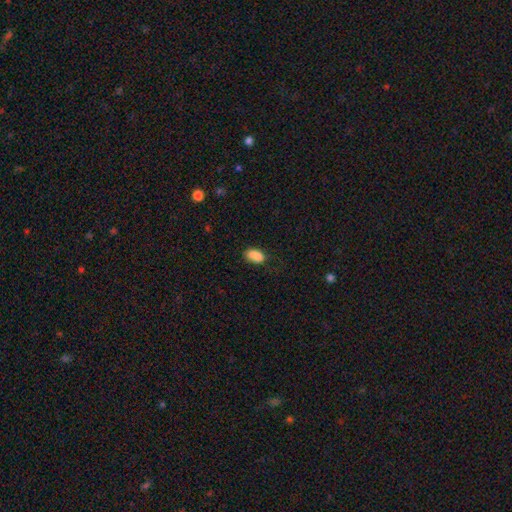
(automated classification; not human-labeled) Smooth or featured? smooth (84%)
How rounded? in between (89%)
Merging? none (56%)